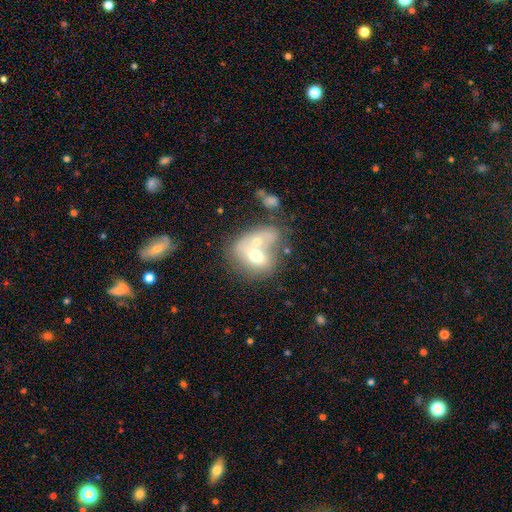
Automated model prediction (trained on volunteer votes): This appears to be a smooth galaxy with no disk features (57%) that is in between round and cigar-shaped (62%). Merging: merger (69%).